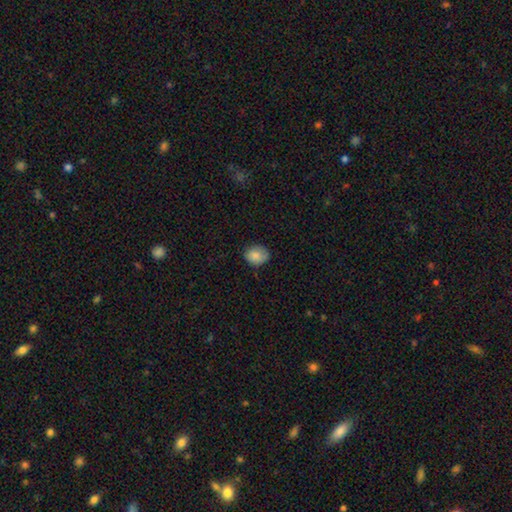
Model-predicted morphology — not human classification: This is clearly a smooth galaxy (85%). How rounded: possibly round (56%). Merging: likely none (73%).